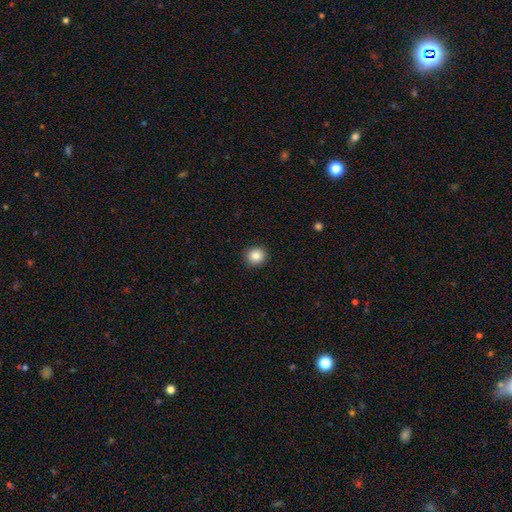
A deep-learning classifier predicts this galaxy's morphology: A smooth galaxy with no disk features (85%) that is round (86%).

Vote fractions:
- Smooth or featured? smooth: 85% / star or artifact: 10% / featured or disk: 5%
- How rounded? round: 86% / in between: 13% / cigar-shaped: 1%
- Merging? none: 91% / minor disturbance: 6% / major disturbance: 2% / merger: 1%